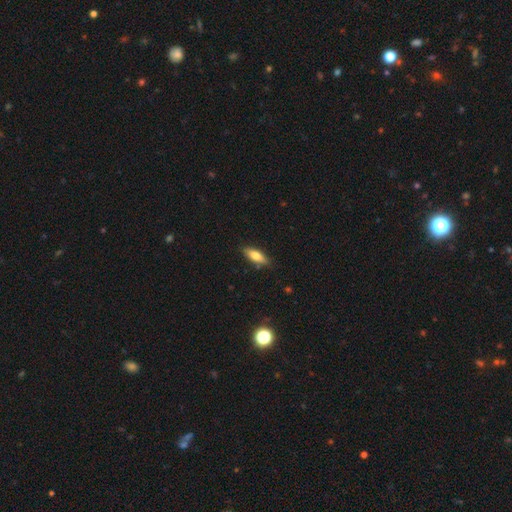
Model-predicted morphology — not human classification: type=smooth (73%); roundness=in between (65%); merging=none (84%).